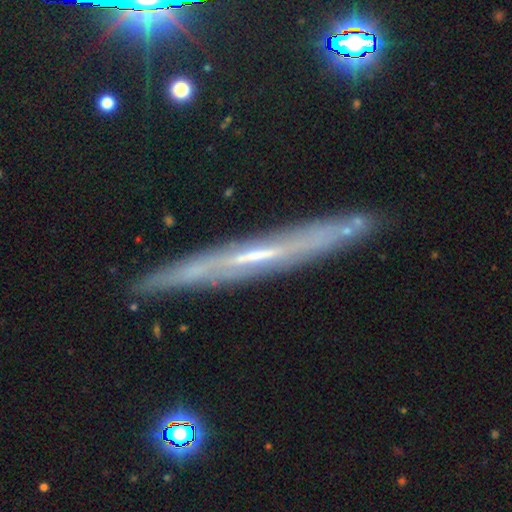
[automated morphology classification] smooth-or-featured: featured or disk: 69% | smooth: 17% | star or artifact: 14%
  disk-edge-on: yes: 88% | no: 12%
    edge-on-bulge: none: 61% | rounded: 35% | boxy: 4%
  merging: none: 84% | minor disturbance: 12% | major disturbance: 2% | merger: 2%